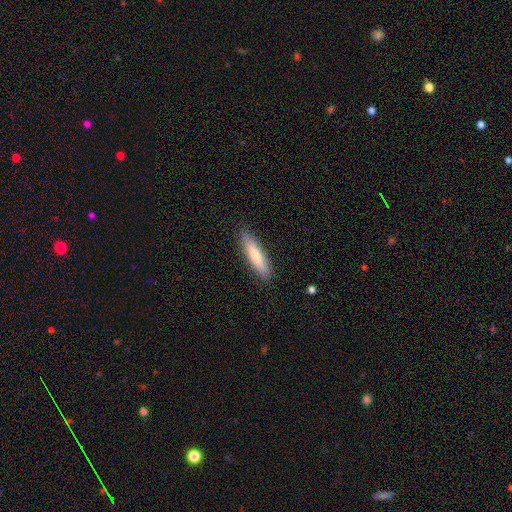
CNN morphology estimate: Smooth or featured?
  - smooth: 75% *
  - featured or disk: 19%
  - star or artifact: 6%
How rounded?
  - cigar-shaped: 75% *
  - in between: 24%
  - round: 1%
Merging?
  - none: 87% *
  - minor disturbance: 10%
  - major disturbance: 2%
  - merger: 1%